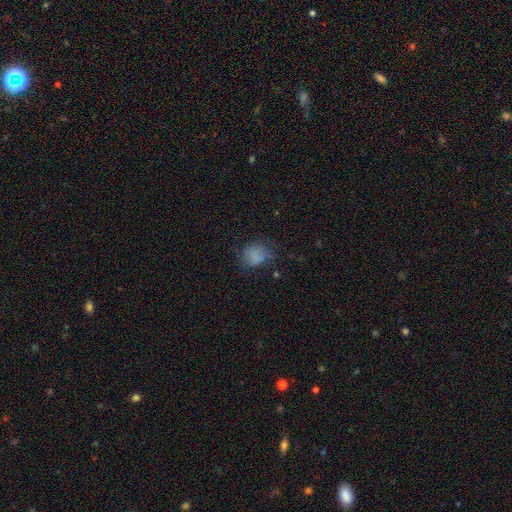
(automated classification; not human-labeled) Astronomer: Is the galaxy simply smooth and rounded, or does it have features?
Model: smooth — 74%.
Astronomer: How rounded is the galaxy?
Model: round — 59% (runner-up: in between, 40%).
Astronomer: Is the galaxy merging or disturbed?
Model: none — 56%.